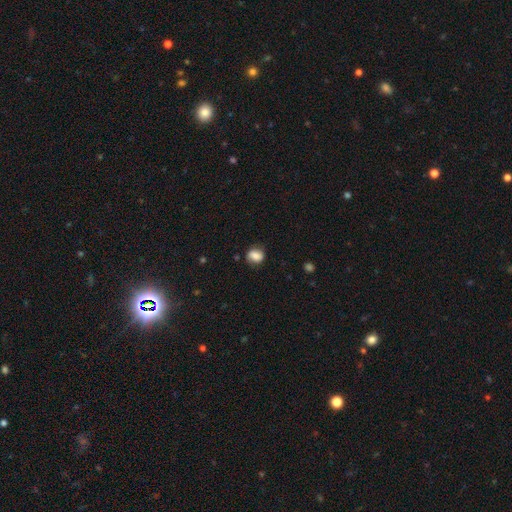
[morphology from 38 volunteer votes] Smooth or featured? smooth (84%)
How rounded? round (50%)
Merging? none (73%)